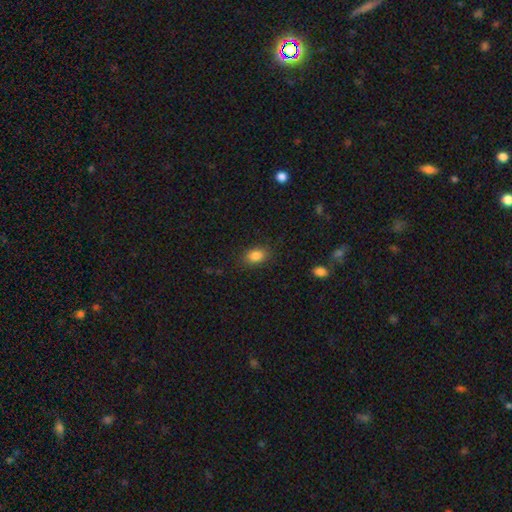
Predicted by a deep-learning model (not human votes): smooth-or-featured: smooth: 86% | star or artifact: 9% | featured or disk: 5%
  how-rounded: in between: 83% | round: 16% | cigar-shaped: 2%
  merging: none: 85% | minor disturbance: 10% | major disturbance: 3% | merger: 1%